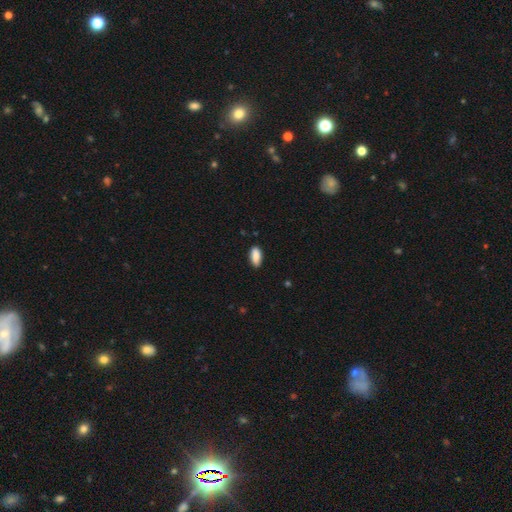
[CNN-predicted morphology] type=smooth (87%); roundness=in between (86%); merging=none (83%).